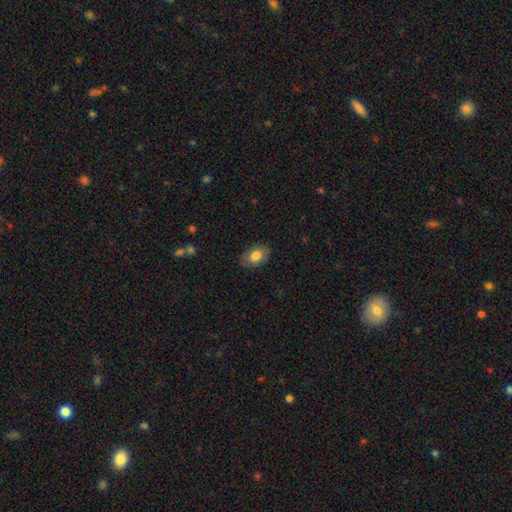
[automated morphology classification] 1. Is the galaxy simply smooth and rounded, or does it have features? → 79% smooth, 14% featured or disk, 7% star or artifact.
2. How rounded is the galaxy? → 86% in between, 12% round, 1% cigar-shaped.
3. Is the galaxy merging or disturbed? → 83% none, 13% minor disturbance, 3% major disturbance, 1% merger.